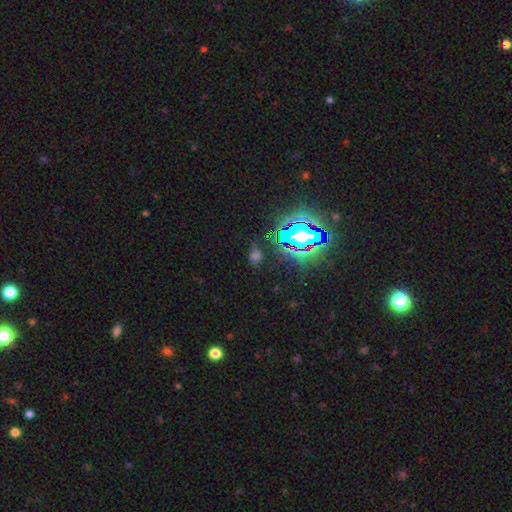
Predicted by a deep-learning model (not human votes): Smooth or featured?
  - star or artifact: 50% *
  - smooth: 39%
  - featured or disk: 11%